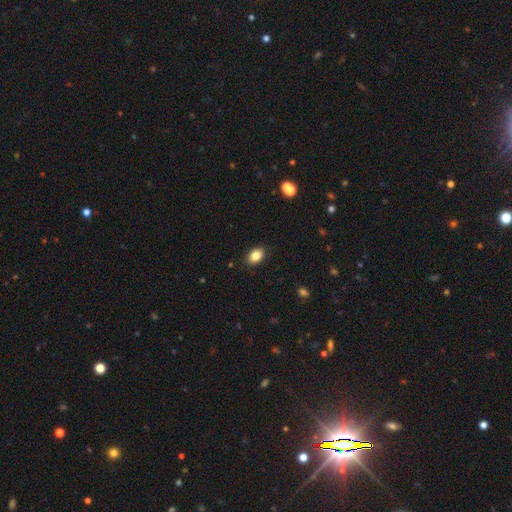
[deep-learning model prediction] Smooth or featured: smooth — 85% (star or artifact — 9%)
How rounded: in between — 82% (round — 17%)
Merging: none — 88% (minor disturbance — 9%)